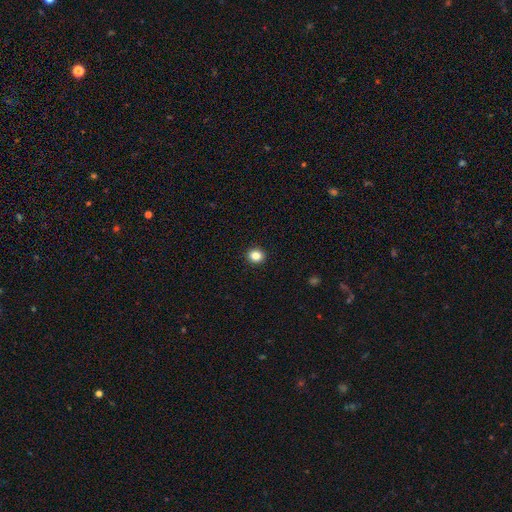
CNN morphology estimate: This is clearly a smooth galaxy (85%). How rounded: likely round (76%). Merging: clearly none (93%).